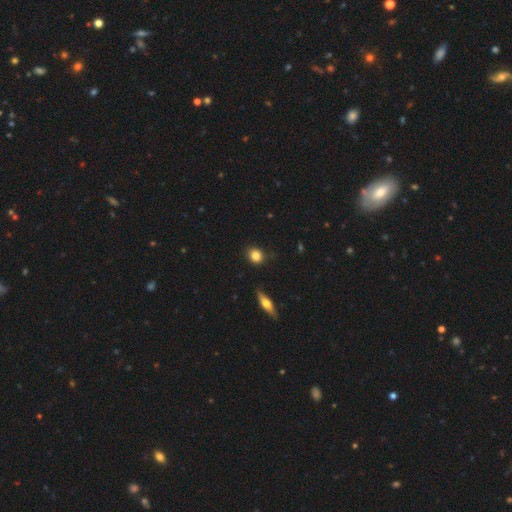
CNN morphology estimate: A smooth galaxy with no disk features (84%) that is round (75%).

Vote fractions:
- Smooth or featured? smooth: 84% / star or artifact: 9% / featured or disk: 7%
- How rounded? round: 75% / in between: 23% / cigar-shaped: 2%
- Merging? none: 84% / minor disturbance: 12% / major disturbance: 2% / merger: 2%